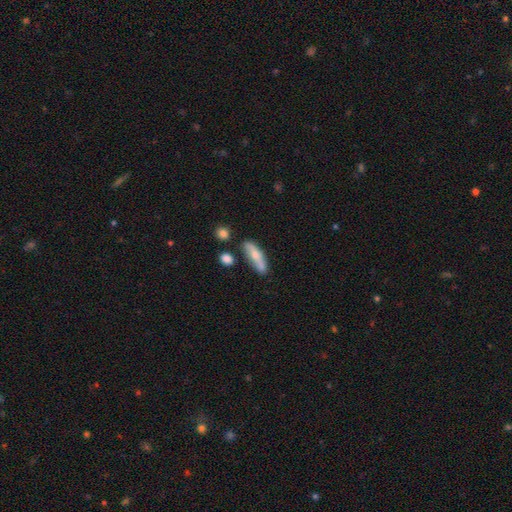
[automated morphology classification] smooth 58%, featured or disk 36%, star or artifact 7%. Down the decision tree: how rounded — cigar-shaped (55%); merging — none (67%).